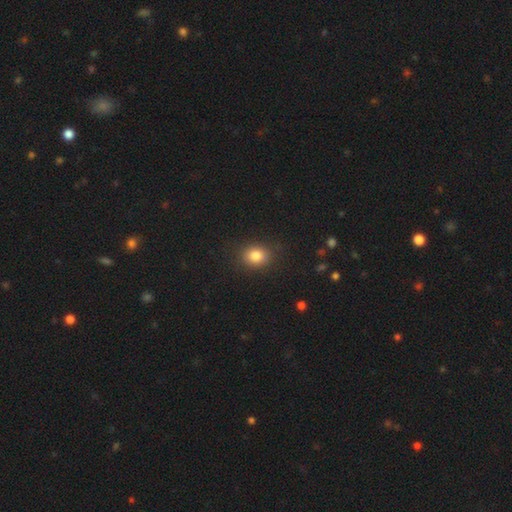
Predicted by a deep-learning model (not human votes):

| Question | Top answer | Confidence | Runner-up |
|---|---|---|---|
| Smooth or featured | smooth | 82% | star or artifact (11%) |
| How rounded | round | 59% | in between (40%) |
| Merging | none | 86% | minor disturbance (10%) |